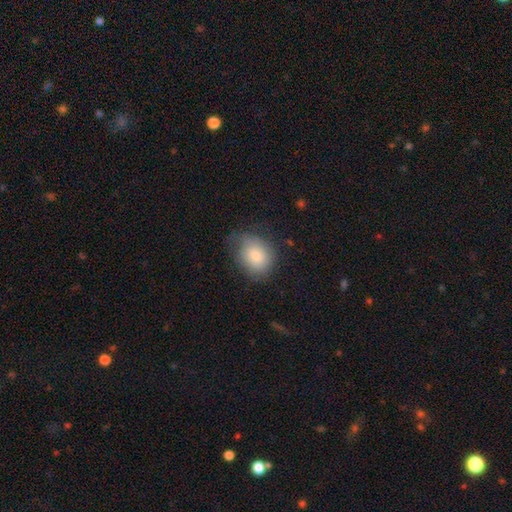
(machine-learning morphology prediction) Smooth or featured? Predicted: smooth (p=0.79). How rounded? Predicted: round (p=0.53). Merging? Predicted: none (p=0.59).